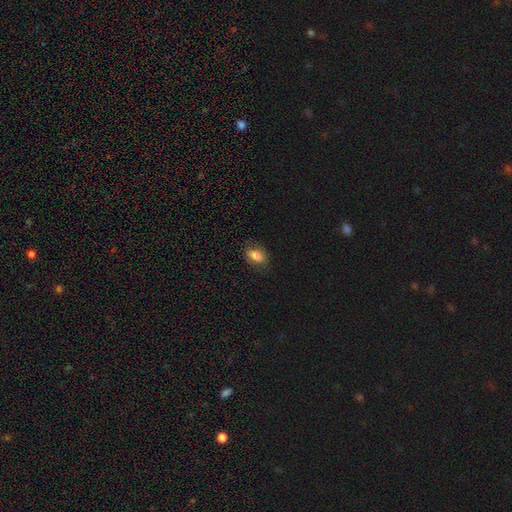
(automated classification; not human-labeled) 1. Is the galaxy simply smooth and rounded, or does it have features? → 80% smooth, 11% featured or disk, 9% star or artifact.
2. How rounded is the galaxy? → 85% in between, 13% round, 2% cigar-shaped.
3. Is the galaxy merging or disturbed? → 78% none, 17% minor disturbance, 5% major disturbance, 1% merger.